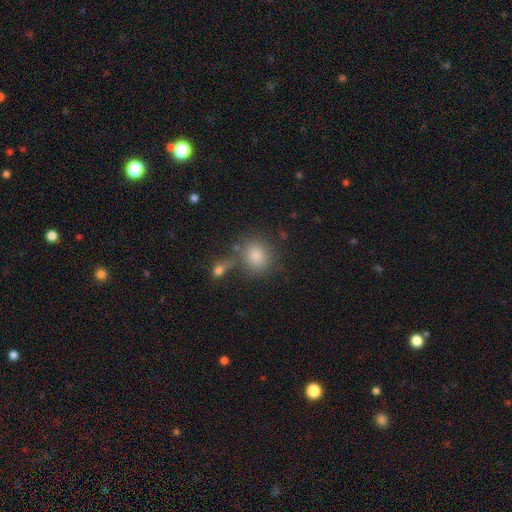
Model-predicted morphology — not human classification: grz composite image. It shows a smooth galaxy with no disk features (79%) that is round (80%). Merging: none (68%).